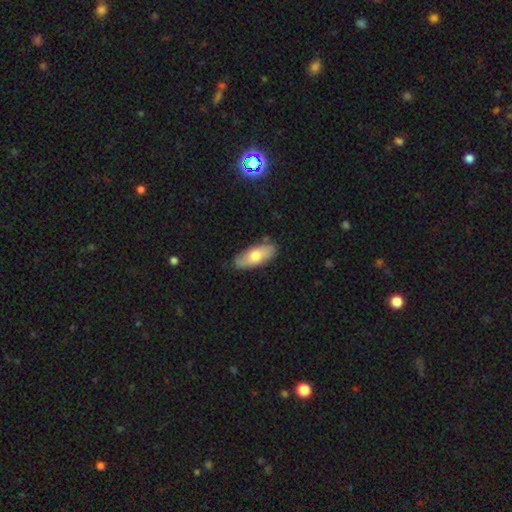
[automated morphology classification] This is likely a smooth galaxy (69%). How rounded: clearly in between (82%). Merging: clearly none (82%).